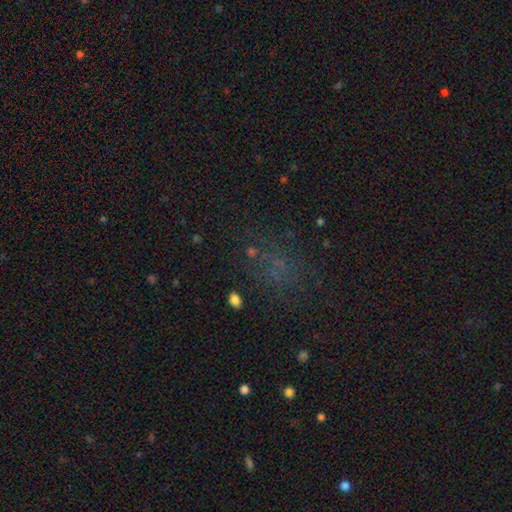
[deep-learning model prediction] Smooth or featured: smooth — 44% (star or artifact — 43%)
Merging: none — 68% (minor disturbance — 15%)